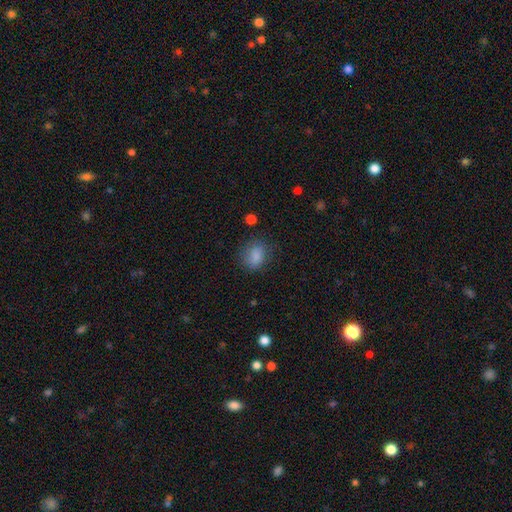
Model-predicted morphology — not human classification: smooth 84%, star or artifact 10%, featured or disk 6%. Down the decision tree: how rounded — round (52%); merging — none (74%).